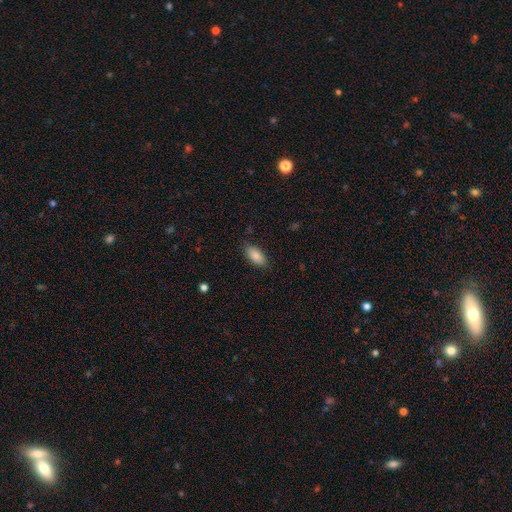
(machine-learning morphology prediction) Smooth or featured? Predicted: smooth (p=0.87). How rounded? Predicted: in between (p=0.91). Merging? Predicted: none (p=0.84).